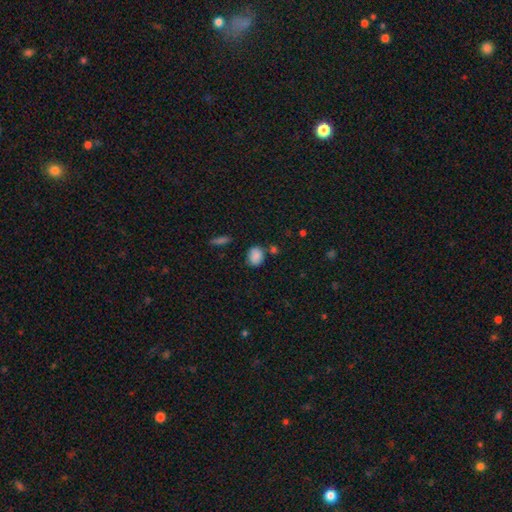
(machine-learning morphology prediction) smooth_or_featured: smooth (p=0.84) [alt: star or artifact p=0.09]
how_rounded: in between (p=0.49) [tied with: round p=0.49]
merging: none (p=0.68) [alt: minor disturbance p=0.19]